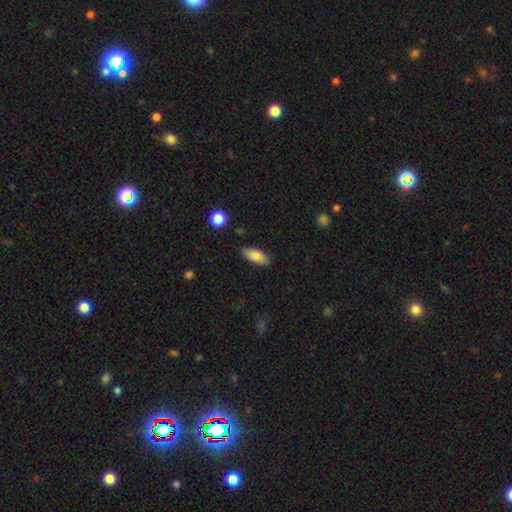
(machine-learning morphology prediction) smooth 82%, featured or disk 11%, star or artifact 7%. Down the decision tree: how rounded — in between (80%); merging — none (83%).